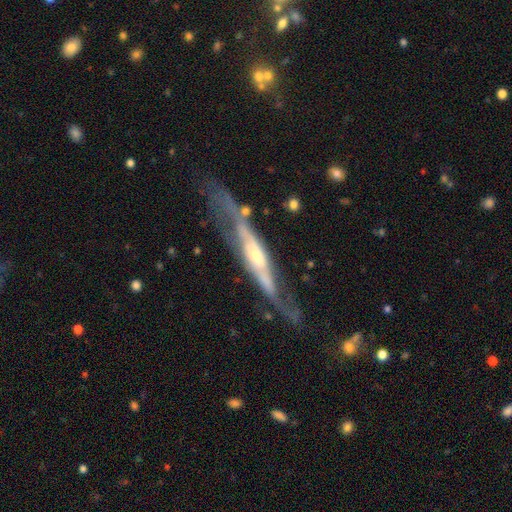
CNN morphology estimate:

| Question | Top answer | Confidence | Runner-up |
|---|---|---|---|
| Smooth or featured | featured or disk | 82% | smooth (13%) |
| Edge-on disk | yes | 61% | no (39%) |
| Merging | none | 60% | minor disturbance (21%) |